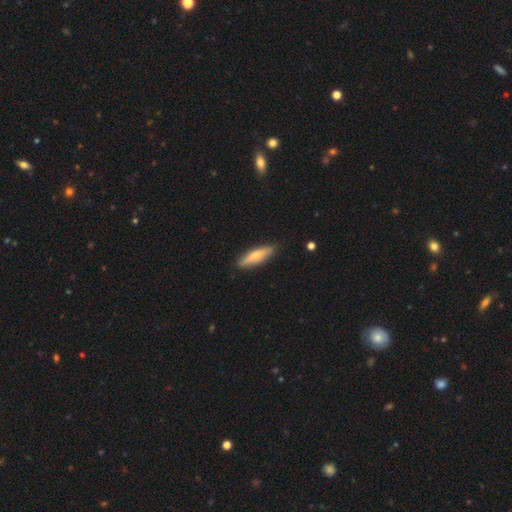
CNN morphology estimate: Smooth or featured? smooth (65%)
How rounded? cigar-shaped (73%)
Merging? none (87%)